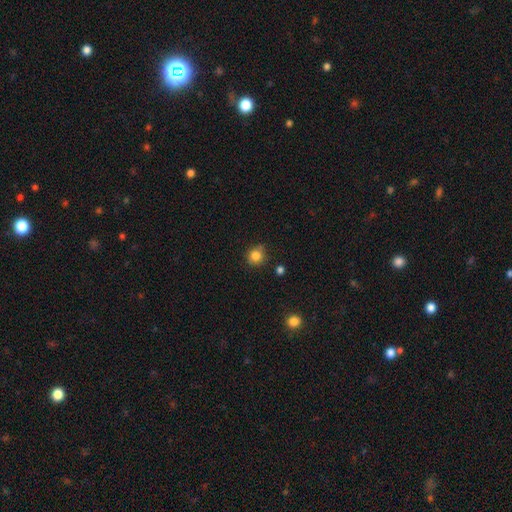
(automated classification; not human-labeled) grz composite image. It shows a smooth galaxy with no disk features (83%) that is round (91%). Merging: none (76%).